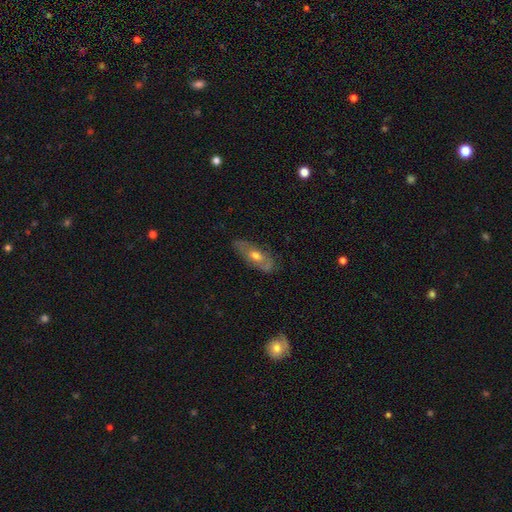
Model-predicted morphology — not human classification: type=featured or disk (59%); edge-on=no (72%); merging=none (79%).